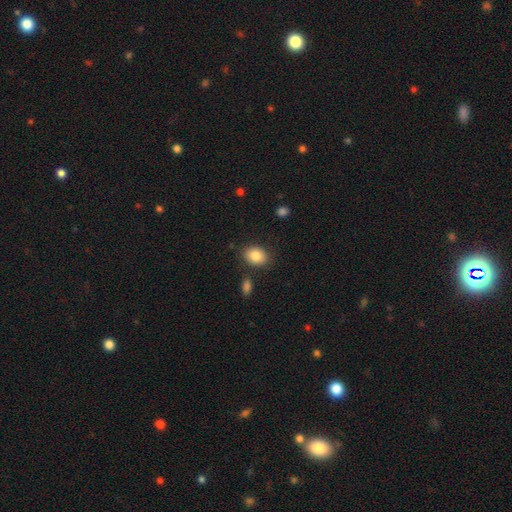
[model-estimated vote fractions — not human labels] Smooth or featured?
  - smooth: 84% *
  - featured or disk: 8%
  - star or artifact: 8%
How rounded?
  - in between: 67% *
  - round: 32%
  - cigar-shaped: 1%
Merging?
  - none: 84% *
  - minor disturbance: 10%
  - merger: 3%
  - major disturbance: 3%